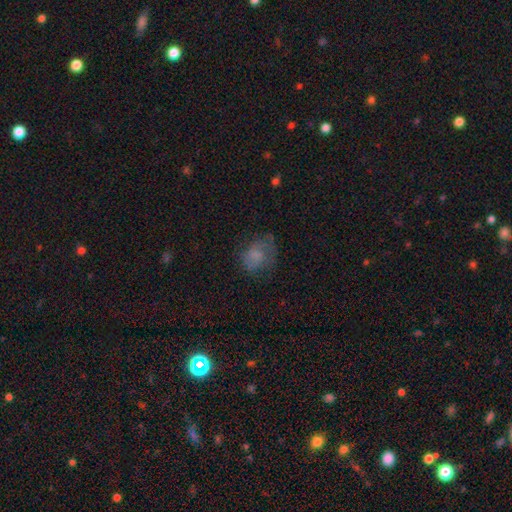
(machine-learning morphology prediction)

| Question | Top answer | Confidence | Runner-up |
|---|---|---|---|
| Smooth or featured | smooth | 64% | featured or disk (23%) |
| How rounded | in between | 55% | round (44%) |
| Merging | none | 49% | minor disturbance (27%) |